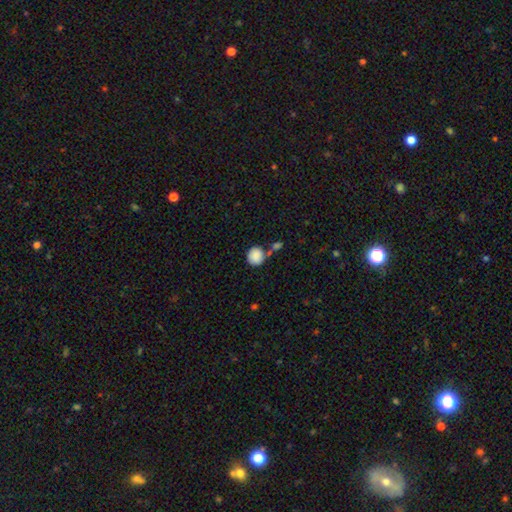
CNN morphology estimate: The model was most divided on "merging": none: 60%, merger: 22%, minor disturbance: 14%, major disturbance: 5%. More confident: smooth or featured — smooth (88%); how rounded — round (85%).